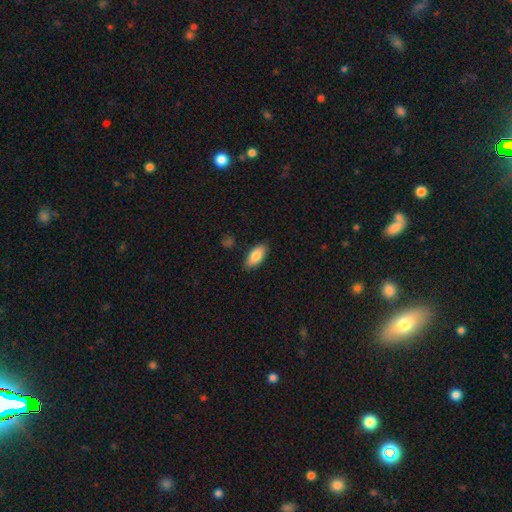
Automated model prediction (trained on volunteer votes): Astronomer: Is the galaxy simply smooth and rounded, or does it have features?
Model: smooth — 84%.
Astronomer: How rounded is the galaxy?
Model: in between — 88%.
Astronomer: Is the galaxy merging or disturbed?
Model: none — 86%.